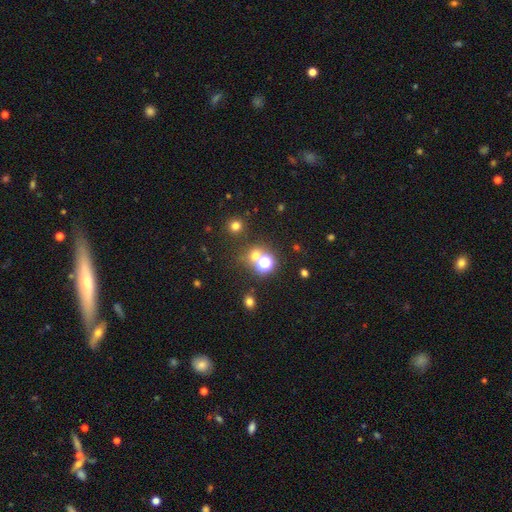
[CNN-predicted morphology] A star or artifact, not a galaxy (49%).

Vote fractions:
- Smooth or featured? star or artifact: 49% / smooth: 42% / featured or disk: 9%